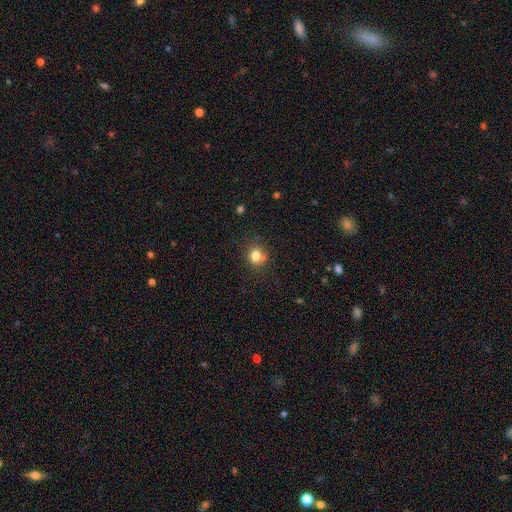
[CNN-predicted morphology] Smooth or featured?
  - smooth: 78% *
  - star or artifact: 13%
  - featured or disk: 9%
How rounded?
  - round: 70% *
  - in between: 29%
  - cigar-shaped: 1%
Merging?
  - none: 70% *
  - minor disturbance: 17%
  - merger: 8%
  - major disturbance: 5%